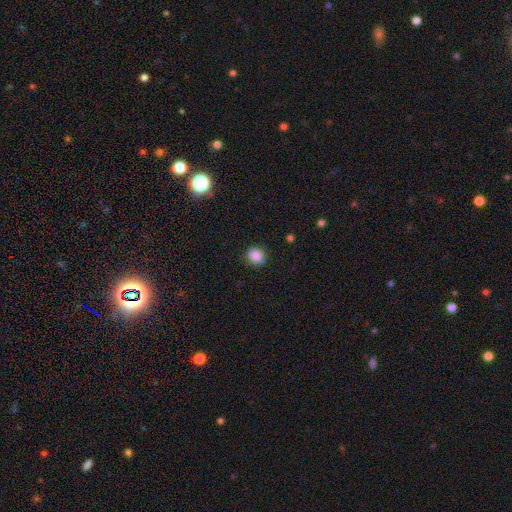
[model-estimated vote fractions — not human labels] Smooth or featured? Predicted: smooth (p=0.86). How rounded? Predicted: round (p=0.75). Merging? Predicted: none (p=0.88).